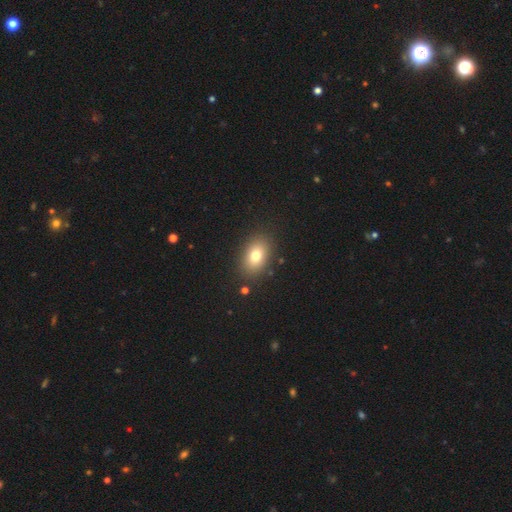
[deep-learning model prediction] Smooth or featured? smooth (77%)
How rounded? in between (79%)
Merging? none (87%)